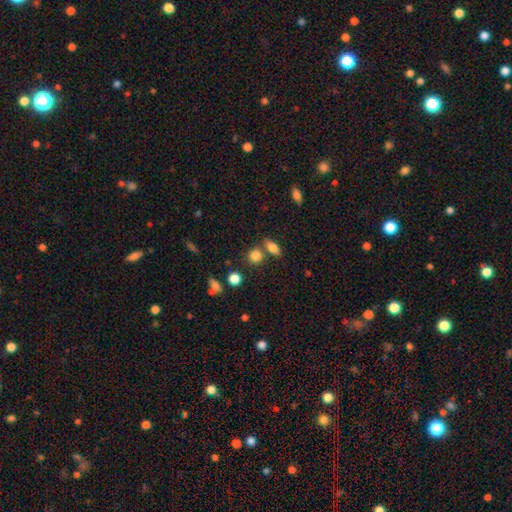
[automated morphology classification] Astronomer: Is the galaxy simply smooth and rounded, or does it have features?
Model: smooth — 82%.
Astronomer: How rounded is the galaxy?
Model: round — 65%.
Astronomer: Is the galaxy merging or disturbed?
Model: none — 64%.